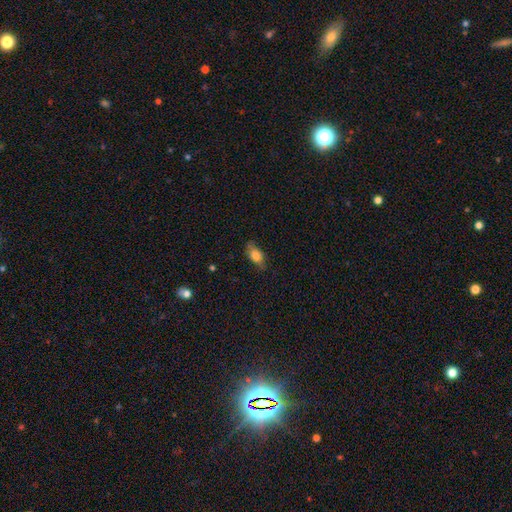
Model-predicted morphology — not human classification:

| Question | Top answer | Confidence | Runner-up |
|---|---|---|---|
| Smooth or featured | smooth | 75% | featured or disk (17%) |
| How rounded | in between | 82% | cigar-shaped (10%) |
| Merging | none | 72% | minor disturbance (21%) |